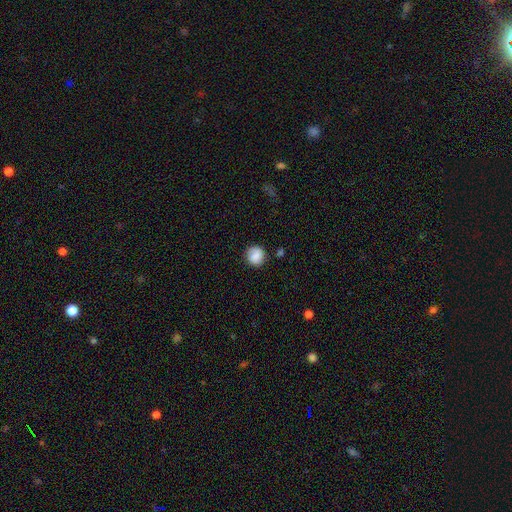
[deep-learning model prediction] Overall: smooth (84%). How rounded: round (90%). Merging: none (82%).